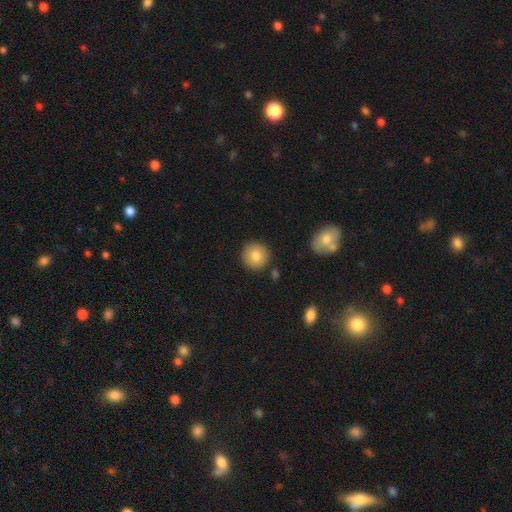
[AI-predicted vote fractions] A smooth galaxy with no disk features (83%) that is round (94%). Merging: none (89%).